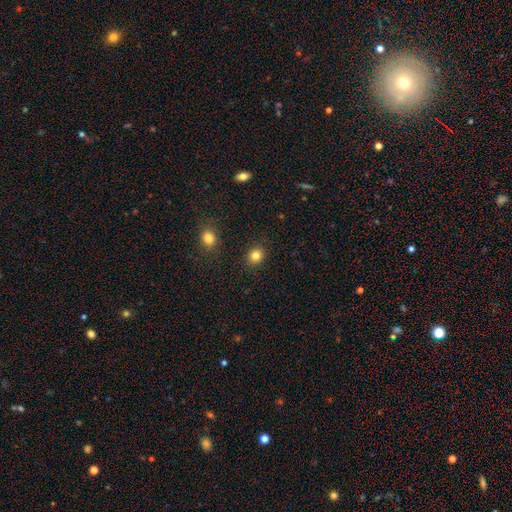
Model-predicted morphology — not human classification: Smooth or featured? Predicted: smooth (p=0.82). How rounded? Predicted: round (p=0.74). Merging? Predicted: none (p=0.89).